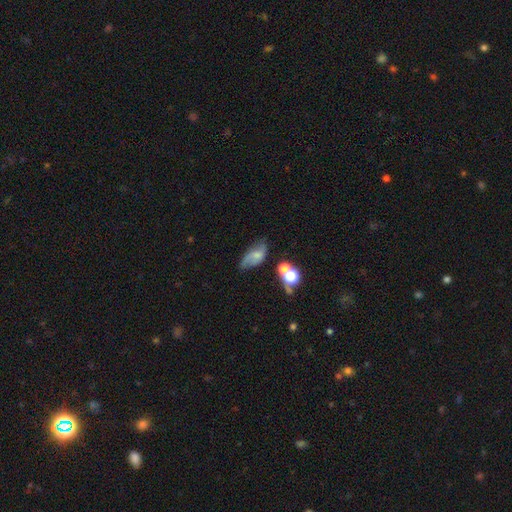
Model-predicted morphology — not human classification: Smooth or featured? Predicted: smooth (p=0.46). Merging? Predicted: none (p=0.40).